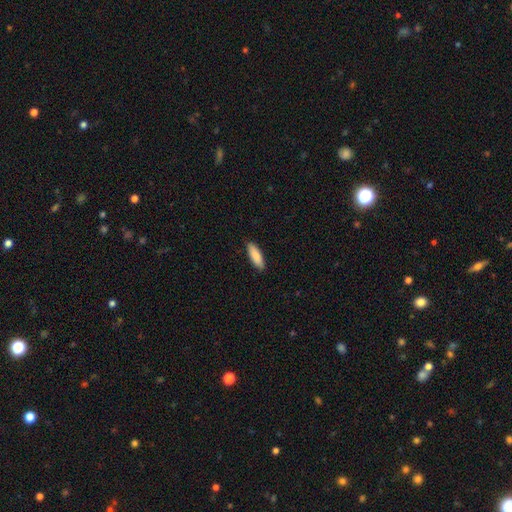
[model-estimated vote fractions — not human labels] Smooth or featured?
  - smooth: 87% *
  - featured or disk: 8%
  - star or artifact: 5%
How rounded?
  - in between: 55% *
  - cigar-shaped: 43%
  - round: 2%
Merging?
  - none: 89% *
  - minor disturbance: 9%
  - major disturbance: 2%
  - merger: 1%